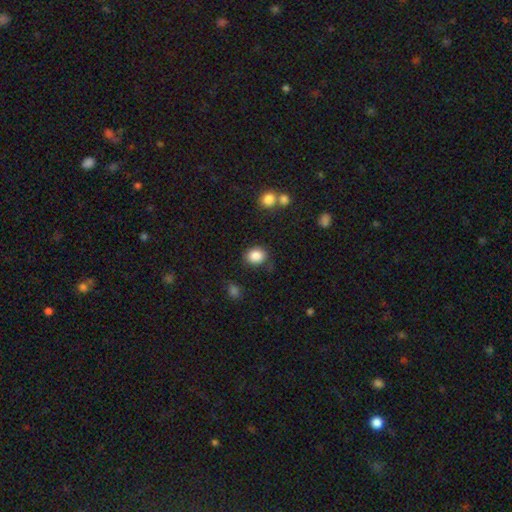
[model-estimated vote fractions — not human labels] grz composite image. It shows a smooth galaxy with no disk features (86%) that is round (59%). Merging: none (77%).